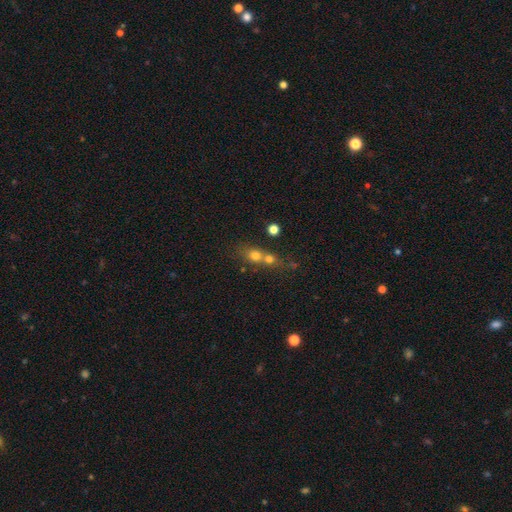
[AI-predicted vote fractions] A smooth galaxy with no disk features (67%) that is round (66%).

Vote fractions:
- Smooth or featured? smooth: 67% / featured or disk: 17% / star or artifact: 15%
- How rounded? round: 66% / in between: 29% / cigar-shaped: 5%
- Merging? merger: 60% / none: 30% / minor disturbance: 6% / major disturbance: 4%